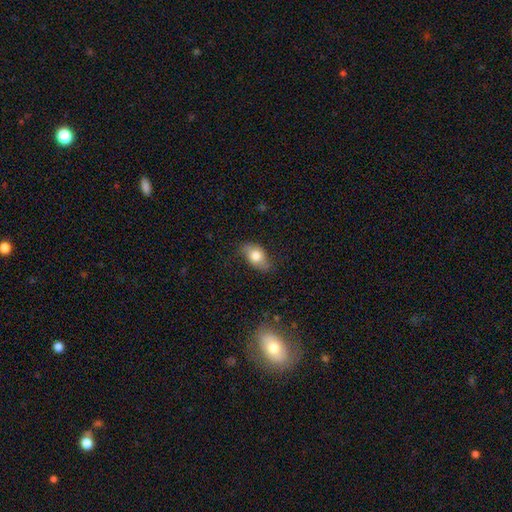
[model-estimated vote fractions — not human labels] A smooth galaxy with no disk features (74%) that is in between round and cigar-shaped (88%). Merging: none (70%).